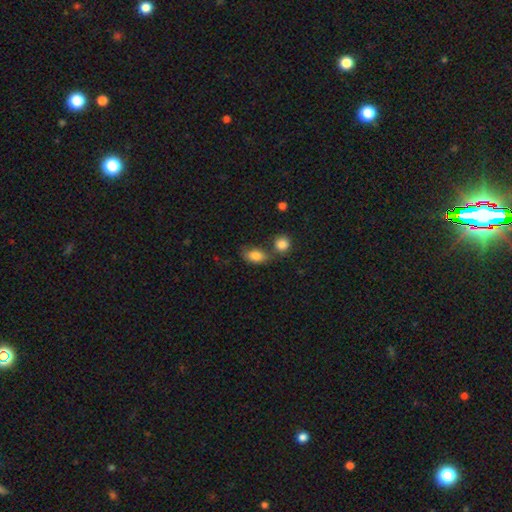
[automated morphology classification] smooth_or_featured: smooth (p=0.83) [alt: featured or disk p=0.09]
how_rounded: in between (p=0.84) [alt: round p=0.13]
merging: none (p=0.52) [alt: merger p=0.25]